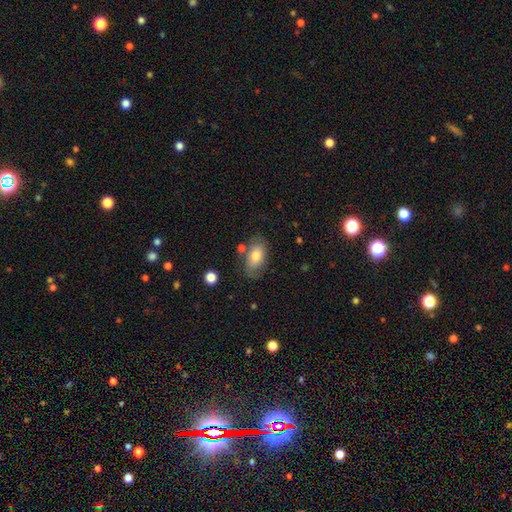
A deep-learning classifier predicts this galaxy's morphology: Smooth or featured? Predicted: smooth (p=0.73). How rounded? Predicted: in between (p=0.91). Merging? Predicted: none (p=0.67).